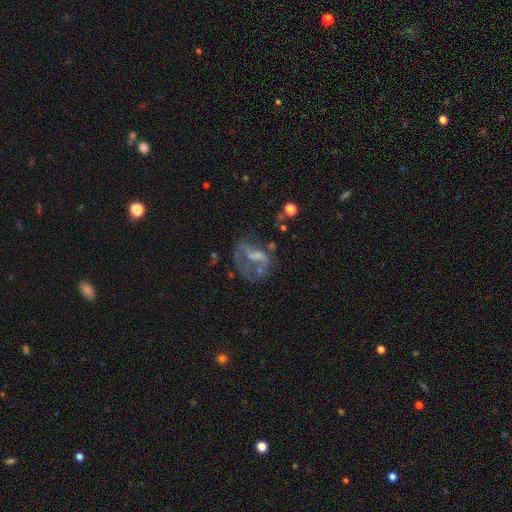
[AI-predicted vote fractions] Q: Smooth or featured?
A: featured or disk (57%); runner-up: smooth (24%)
Q: Edge-on disk?
A: no (95%); runner-up: yes (5%)
Q: Bar?
A: no (61%); runner-up: weak (28%)
Q: Spiral arms?
A: no (69%); runner-up: yes (31%)
Q: Bulge size?
A: none (43%); runner-up: small (27%)
Q: Merging?
A: major disturbance (38%); runner-up: none (36%)